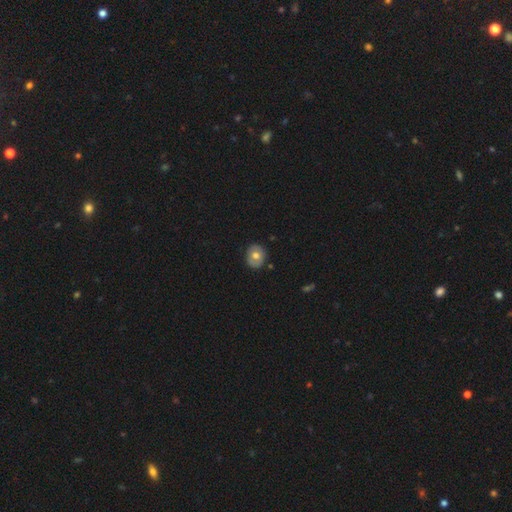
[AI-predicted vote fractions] Q: Smooth or featured?
A: smooth (66%); runner-up: featured or disk (26%)
Q: How rounded?
A: round (69%); runner-up: in between (30%)
Q: Merging?
A: none (83%); runner-up: minor disturbance (13%)